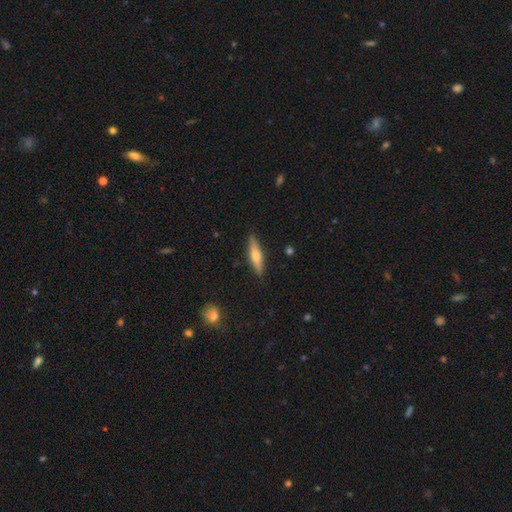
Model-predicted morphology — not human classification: featured or disk 49%, smooth 45%, star or artifact 6%. Down the decision tree: merging — none (89%).